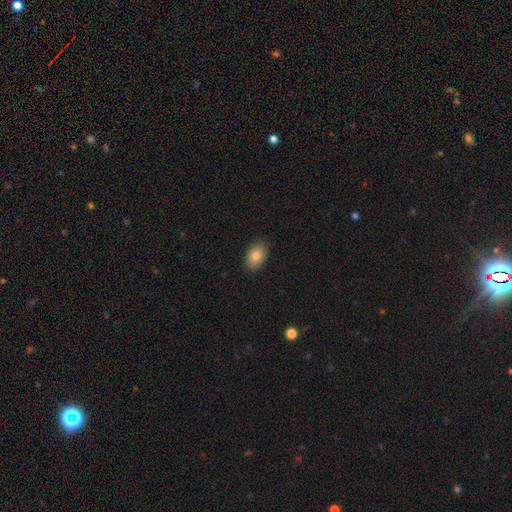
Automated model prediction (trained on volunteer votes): This is clearly a smooth galaxy (83%). How rounded: clearly in between (87%). Merging: clearly none (88%).